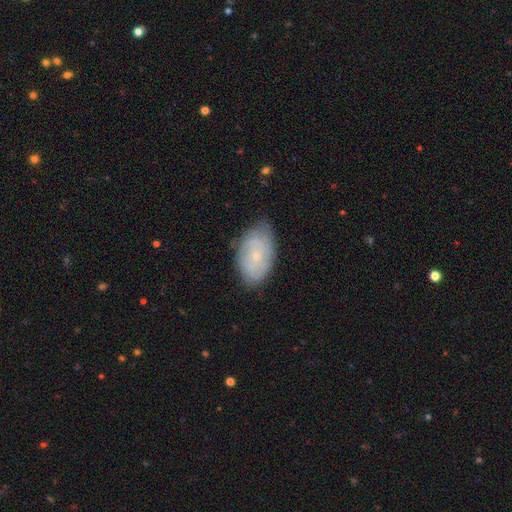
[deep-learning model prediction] Smooth or featured?
  - featured or disk: 60% *
  - smooth: 33%
  - star or artifact: 7%
Edge-on disk?
  - no: 95% *
  - yes: 5%
Bar?
  - no: 78% *
  - weak: 19%
  - strong: 3%
Spiral arms?
  - yes: 78% *
  - no: 22%
Bulge size?
  - small: 77% *
  - moderate: 18%
  - none: 3%
  - large: 1%
  - dominant: 1%
Merging?
  - none: 71% *
  - minor disturbance: 23%
  - major disturbance: 5%
  - merger: 1%